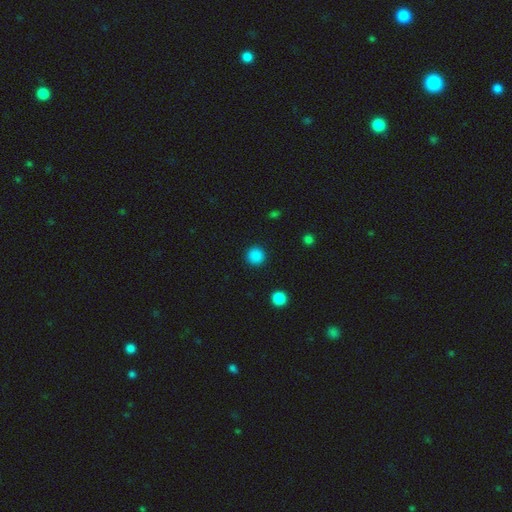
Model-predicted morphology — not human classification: This appears to be a smooth galaxy with no disk features (87%) that is round (95%). Merging: none (92%).